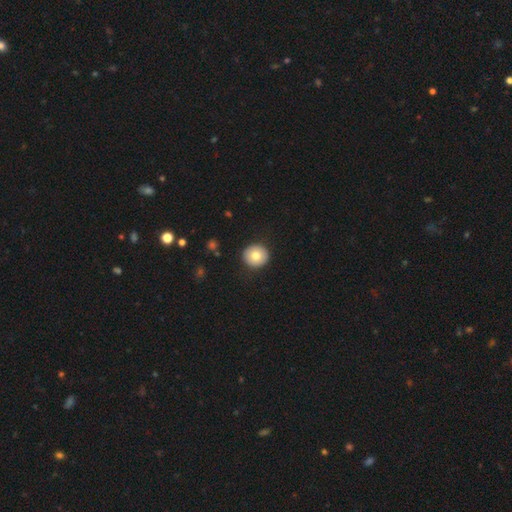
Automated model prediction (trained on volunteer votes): Smooth or featured: smooth — 77% (featured or disk — 15%)
How rounded: round — 93% (in between — 6%)
Merging: none — 92% (minor disturbance — 6%)